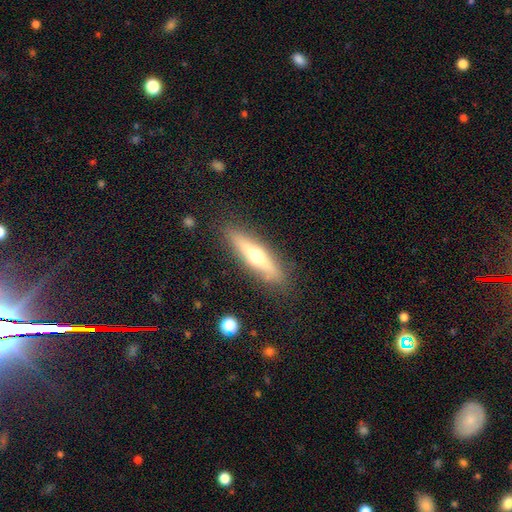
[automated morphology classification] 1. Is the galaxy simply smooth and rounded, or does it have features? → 55% featured or disk, 39% smooth, 6% star or artifact.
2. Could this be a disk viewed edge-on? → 90% yes, 10% no.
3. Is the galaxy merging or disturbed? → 87% none, 9% minor disturbance, 3% major disturbance, 1% merger.